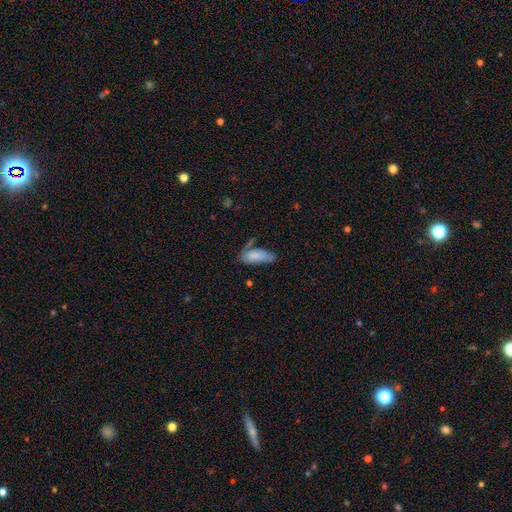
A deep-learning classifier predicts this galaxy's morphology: Smooth or featured? smooth (78%)
How rounded? in between (84%)
Merging? none (40%)